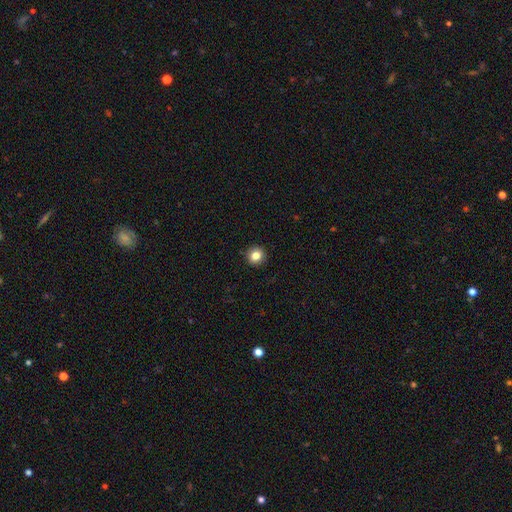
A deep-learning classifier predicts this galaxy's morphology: type=smooth (83%); roundness=round (93%); merging=none (93%).